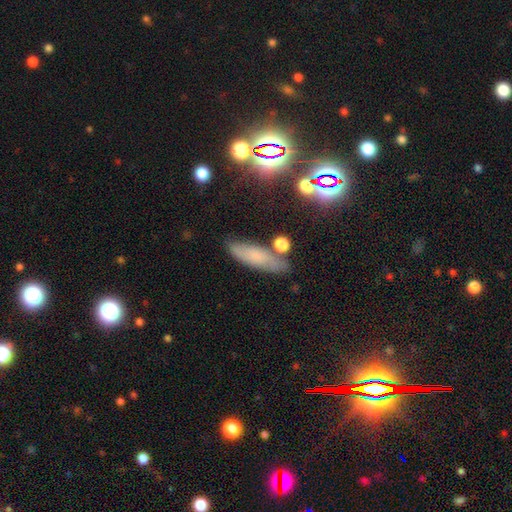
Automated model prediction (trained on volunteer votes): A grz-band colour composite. It shows a smooth galaxy with no disk features (58%) that is cigar-shaped (49%). Merging: none (74%).